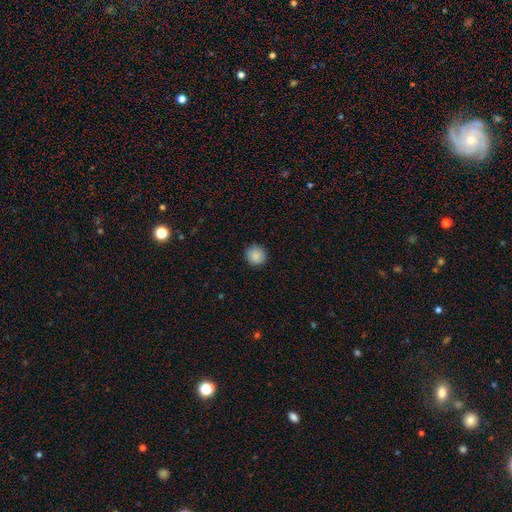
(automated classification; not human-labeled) This is clearly a smooth galaxy (88%). How rounded: clearly round (93%). Merging: clearly none (90%).